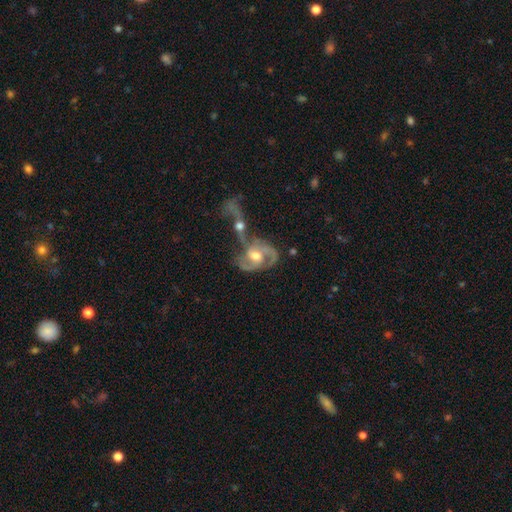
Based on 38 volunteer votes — Overall: featured or disk (87%). Edge-on disk: no (94%). Bar: no (58%; weak 29%). Spiral arms: yes (97%). Spiral arm count: 2 (77%). Spiral winding: medium (70%; tight 30%). Bulge size: moderate (77%). Merging: merger (49%; none 23%).